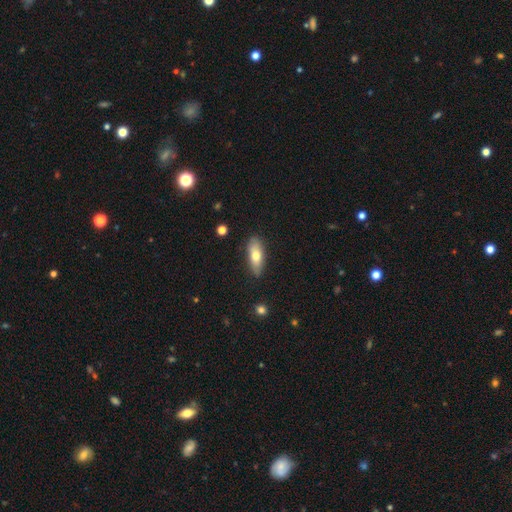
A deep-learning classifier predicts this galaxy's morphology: smooth-or-featured: smooth: 70% | featured or disk: 24% | star or artifact: 6%
  how-rounded: in between: 70% | cigar-shaped: 27% | round: 3%
  merging: none: 82% | minor disturbance: 14% | major disturbance: 2% | merger: 1%